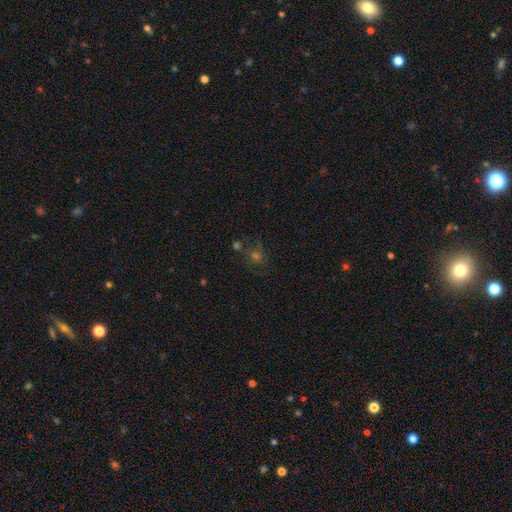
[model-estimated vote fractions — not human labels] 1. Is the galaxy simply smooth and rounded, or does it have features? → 43% star or artifact, 37% smooth, 20% featured or disk.